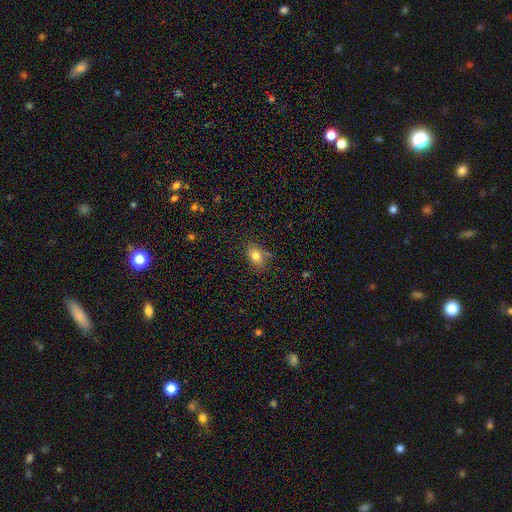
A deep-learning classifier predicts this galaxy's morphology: Smooth or featured: smooth — 80% (star or artifact — 11%)
How rounded: in between — 76% (round — 22%)
Merging: none — 73% (minor disturbance — 18%)